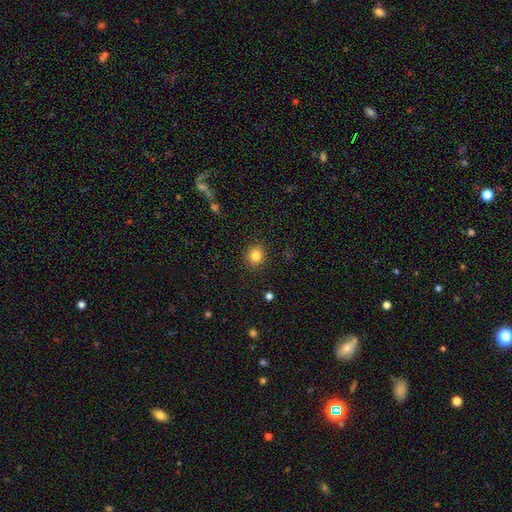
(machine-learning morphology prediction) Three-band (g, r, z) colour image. It shows a smooth galaxy with no disk features (83%) that is round (84%). Merging: none (90%).